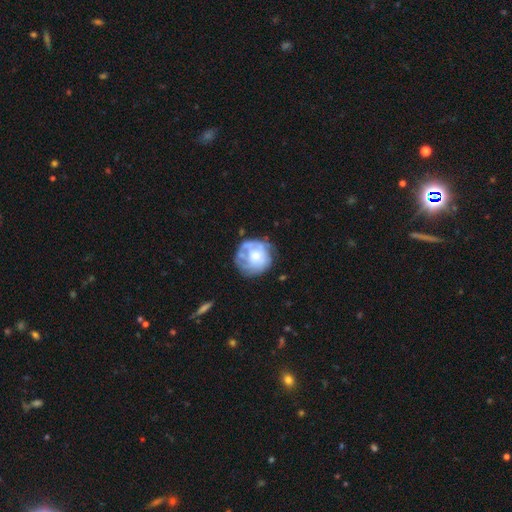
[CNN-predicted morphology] Smooth or featured: featured or disk — 54% (smooth — 39%)
Edge-on disk: no — 98% (yes — 2%)
Bar: no — 84% (weak — 13%)
Spiral arms: no — 57% (yes — 43%)
Bulge size: moderate — 36% (large — 24%)
Merging: none — 60% (minor disturbance — 22%)